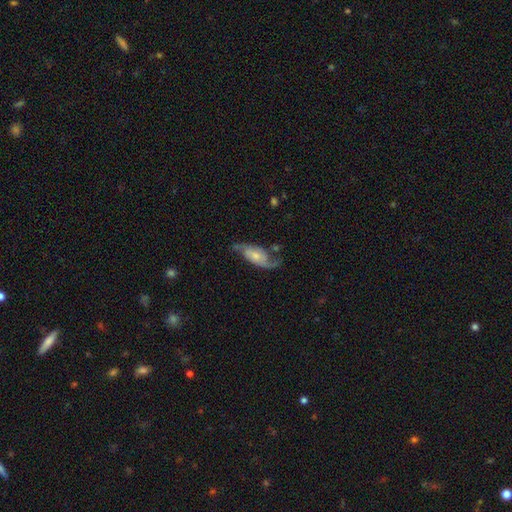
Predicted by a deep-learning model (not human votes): The model was most divided on "bulge size": small: 46%, moderate: 38%, none: 8%, large: 6%, dominant: 2%. More confident: edge-on disk — no (93%); spiral arms — yes (93%); spiral arm count — 2 (87%); smooth or featured — featured or disk (75%); bar — no (60%); merging — none (59%); spiral winding — loose (56%).